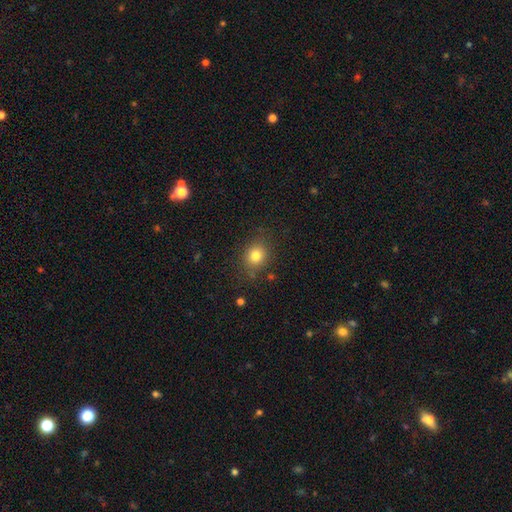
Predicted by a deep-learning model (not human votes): Q: Smooth or featured?
A: smooth (80%); runner-up: star or artifact (12%)
Q: How rounded?
A: round (64%); runner-up: in between (35%)
Q: Merging?
A: none (81%); runner-up: minor disturbance (13%)